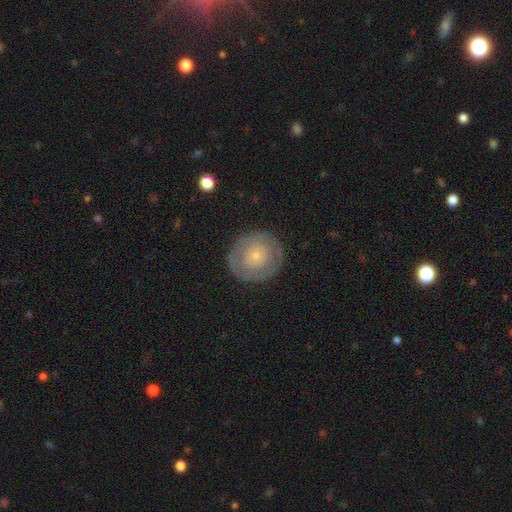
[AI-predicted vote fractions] Smooth or featured? featured or disk (53%)
Edge-on disk? no (96%)
Bar? no (90%)
Spiral arms? no (66%)
Bulge size? small (74%)
Merging? none (84%)